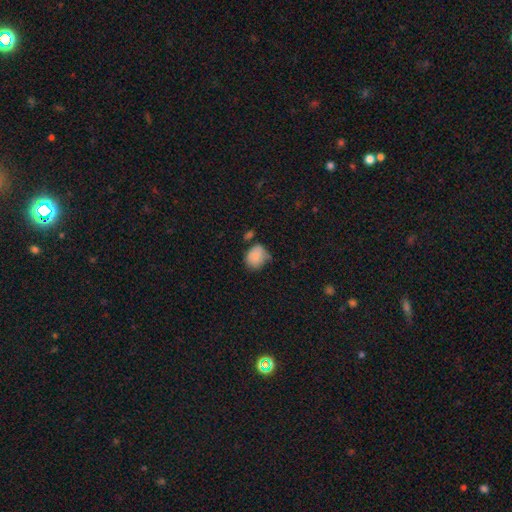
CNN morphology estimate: Smooth or featured?
  - smooth: 84% *
  - star or artifact: 8%
  - featured or disk: 8%
How rounded?
  - round: 54% *
  - in between: 45%
  - cigar-shaped: 1%
Merging?
  - none: 50% *
  - minor disturbance: 32%
  - merger: 9%
  - major disturbance: 8%